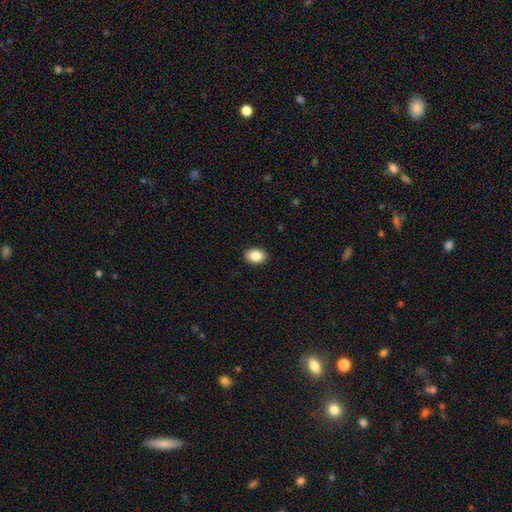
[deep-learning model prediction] This appears to be a smooth galaxy with no disk features (86%) that is in between round and cigar-shaped (77%). Merging: none (90%).